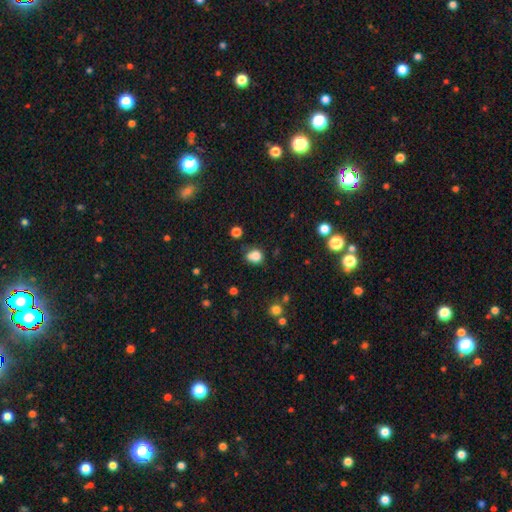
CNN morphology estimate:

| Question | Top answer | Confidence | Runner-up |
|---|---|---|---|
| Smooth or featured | smooth | 79% | star or artifact (13%) |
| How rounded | round | 65% | in between (34%) |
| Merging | none | 50% | minor disturbance (22%) |